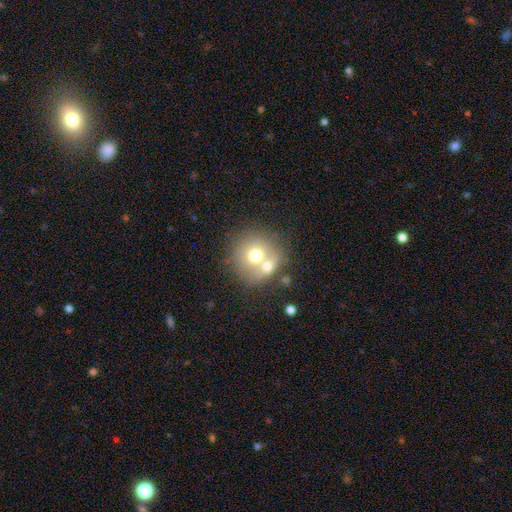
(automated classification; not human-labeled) A smooth galaxy with no disk features (65%) that is round (87%).

Vote fractions:
- Smooth or featured? smooth: 65% / featured or disk: 24% / star or artifact: 11%
- How rounded? round: 87% / in between: 12% / cigar-shaped: 1%
- Merging? merger: 48% / none: 40% / minor disturbance: 8% / major disturbance: 4%